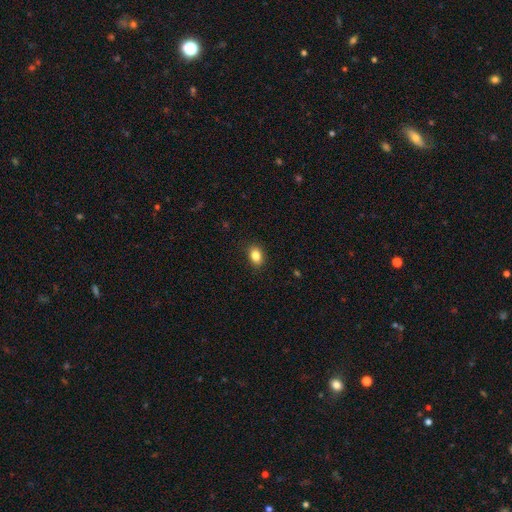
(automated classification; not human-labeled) A smooth galaxy with no disk features (85%) that is in between round and cigar-shaped (74%).

Vote fractions:
- Smooth or featured? smooth: 85% / star or artifact: 9% / featured or disk: 6%
- How rounded? in between: 74% / round: 24% / cigar-shaped: 1%
- Merging? none: 88% / minor disturbance: 9% / major disturbance: 2% / merger: 1%